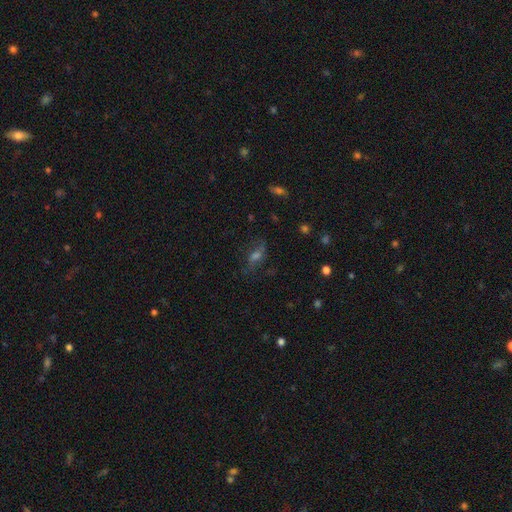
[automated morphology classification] A featured or disk galaxy (41%).

Vote fractions:
- Smooth or featured? featured or disk: 41% / smooth: 35% / star or artifact: 25%
- Merging? none: 65% / minor disturbance: 19% / major disturbance: 14% / merger: 2%